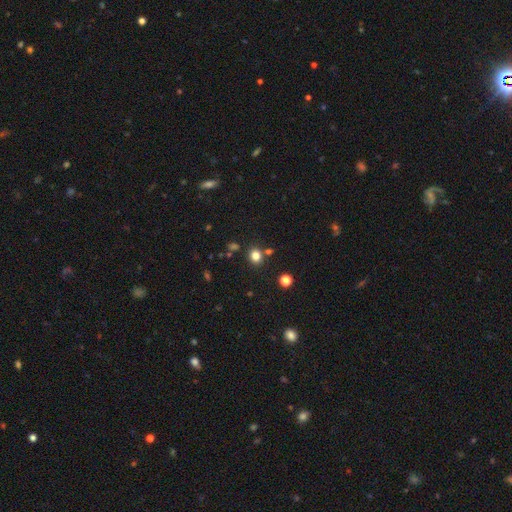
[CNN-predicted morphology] Smooth or featured: smooth — 79% (star or artifact — 15%)
How rounded: round — 72% (in between — 27%)
Merging: none — 79% (merger — 9%)